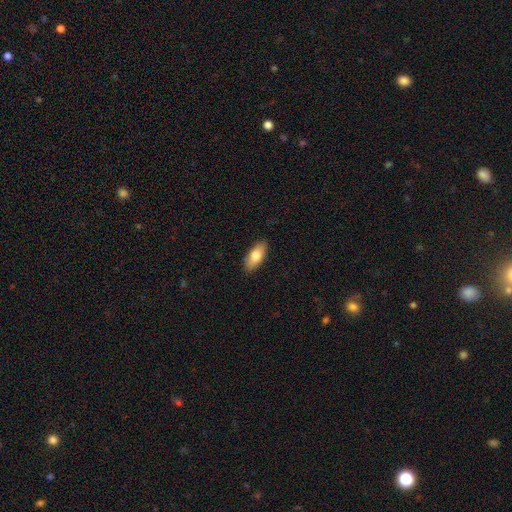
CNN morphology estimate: A smooth galaxy with no disk features (75%) that is in between round and cigar-shaped (85%).

Vote fractions:
- Smooth or featured? smooth: 75% / featured or disk: 19% / star or artifact: 6%
- How rounded? in between: 85% / cigar-shaped: 12% / round: 3%
- Merging? none: 88% / minor disturbance: 10% / major disturbance: 2% / merger: 1%